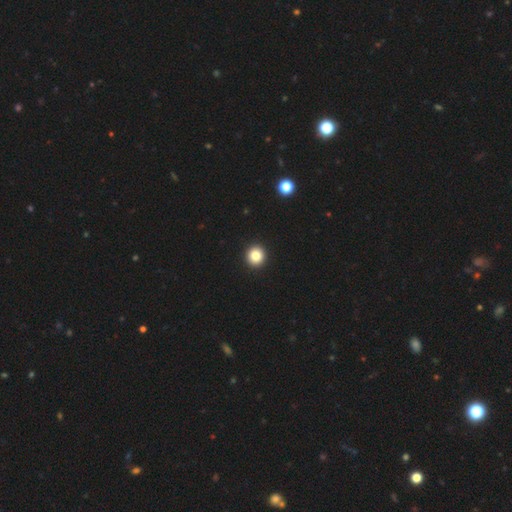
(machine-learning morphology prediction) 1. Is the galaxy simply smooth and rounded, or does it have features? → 84% smooth, 11% star or artifact, 5% featured or disk.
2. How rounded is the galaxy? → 94% round, 6% in between, 1% cigar-shaped.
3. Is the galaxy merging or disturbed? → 94% none, 4% minor disturbance, 1% major disturbance, 1% merger.